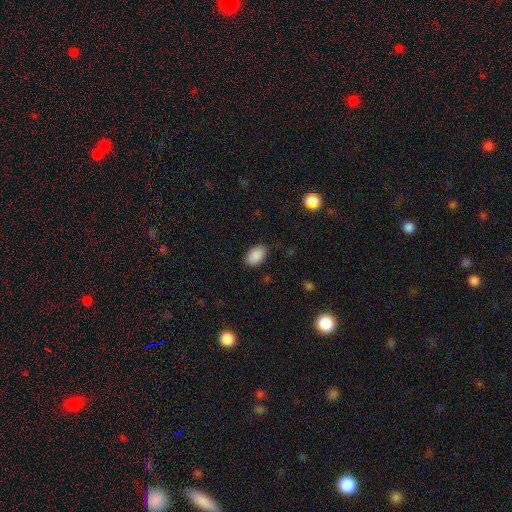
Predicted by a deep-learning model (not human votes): This appears to be a smooth galaxy with no disk features (89%) that is in between round and cigar-shaped (90%). Merging: none (84%).